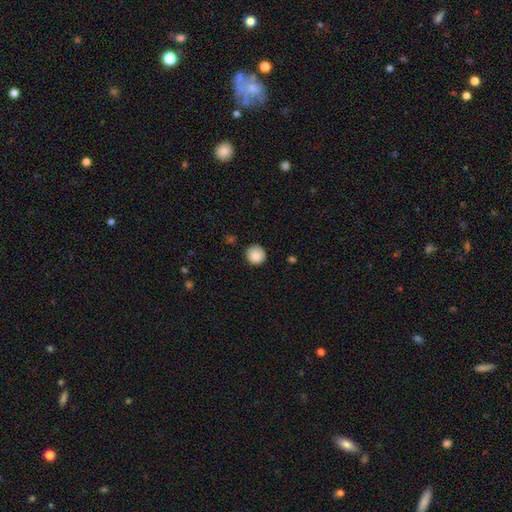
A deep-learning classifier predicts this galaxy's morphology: Smooth or featured: smooth — 86% (star or artifact — 9%)
How rounded: round — 92% (in between — 7%)
Merging: none — 85% (minor disturbance — 11%)